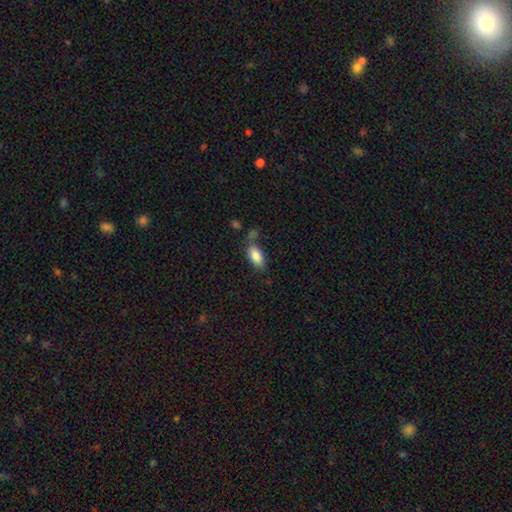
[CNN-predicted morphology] Smooth or featured? smooth (86%)
How rounded? in between (92%)
Merging? none (65%)